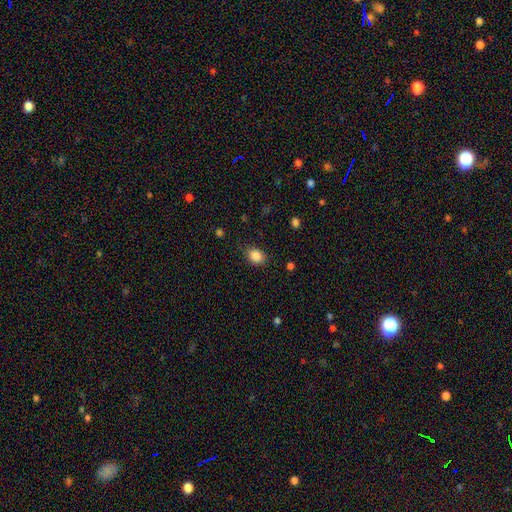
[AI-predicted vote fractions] Overall: smooth (86%). How rounded: in between (59%; round 40%). Merging: none (78%).